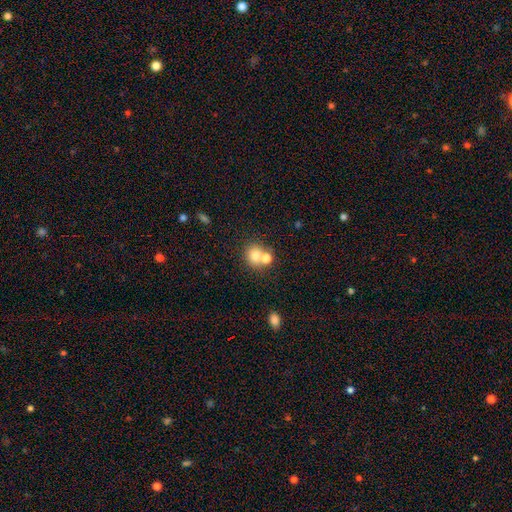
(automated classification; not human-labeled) Overall: smooth (74%). How rounded: round (78%). Merging: merger (48%; none 42%).